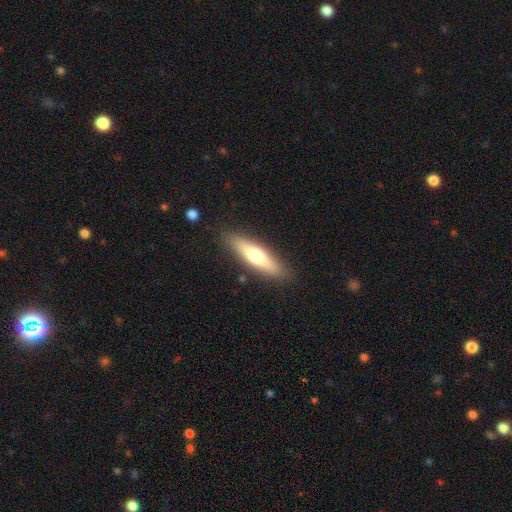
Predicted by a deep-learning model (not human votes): A smooth galaxy with no disk features (57%) that is cigar-shaped (70%). Merging: none (87%).